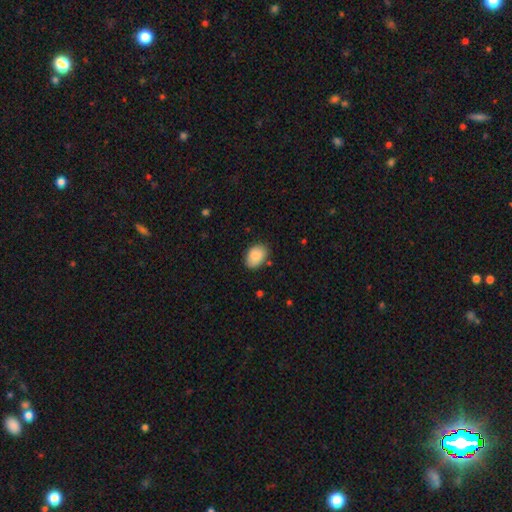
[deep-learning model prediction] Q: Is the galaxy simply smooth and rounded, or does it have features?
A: smooth — 88%.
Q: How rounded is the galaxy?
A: in between — 83%.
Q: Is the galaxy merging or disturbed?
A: none — 79%.